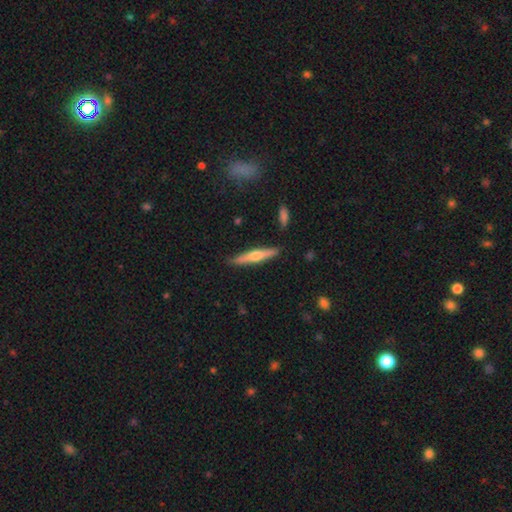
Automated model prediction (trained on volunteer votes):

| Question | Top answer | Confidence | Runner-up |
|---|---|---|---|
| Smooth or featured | featured or disk | 52% | smooth (42%) |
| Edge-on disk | yes | 96% | no (4%) |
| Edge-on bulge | rounded | 85% | none (9%) |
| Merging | none | 86% | minor disturbance (10%) |